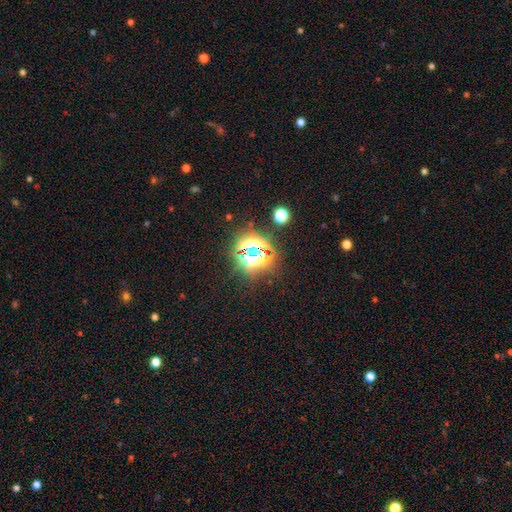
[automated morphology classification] Smooth or featured? Predicted: star or artifact (p=0.82).